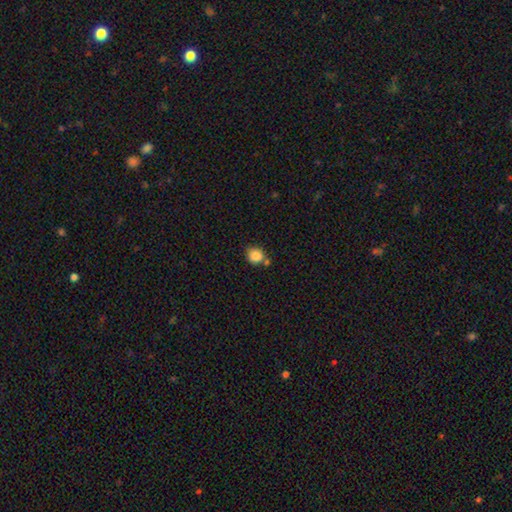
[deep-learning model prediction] Smooth or featured: smooth — 85% (star or artifact — 10%)
How rounded: round — 85% (in between — 14%)
Merging: none — 63% (merger — 19%)